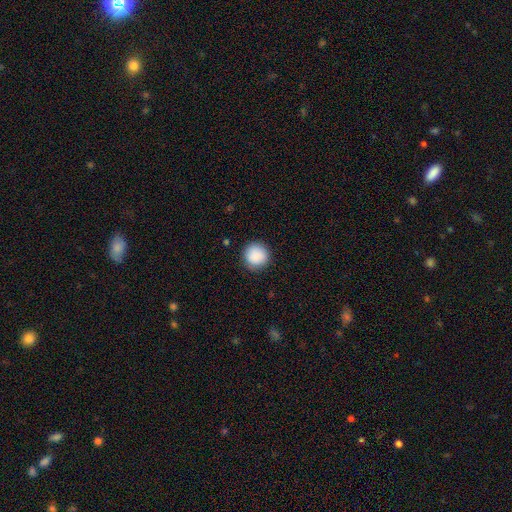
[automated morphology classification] A smooth galaxy with no disk features (89%) that is round (94%). Merging: none (88%).